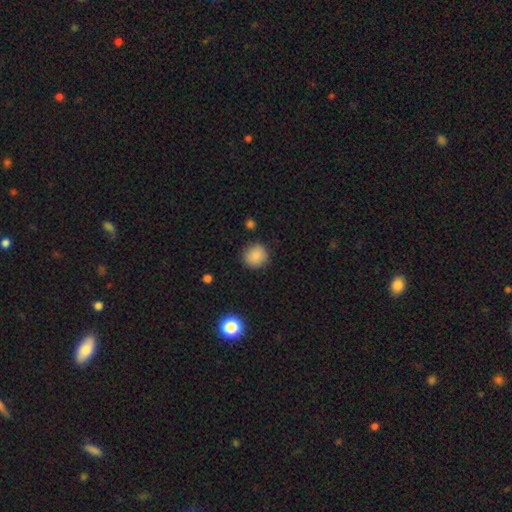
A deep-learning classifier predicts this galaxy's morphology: Smooth or featured? Predicted: smooth (p=0.86). How rounded? Predicted: round (p=0.90). Merging? Predicted: none (p=0.87).